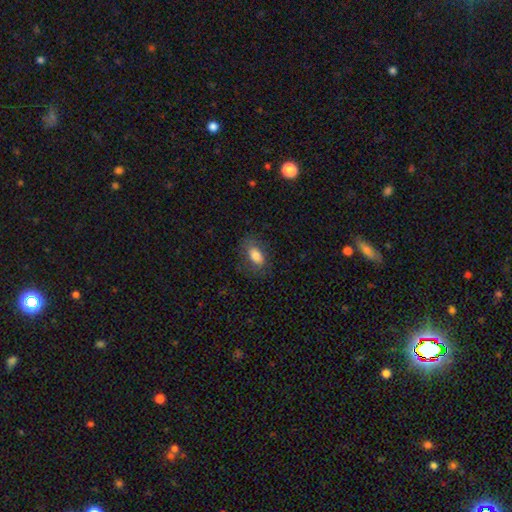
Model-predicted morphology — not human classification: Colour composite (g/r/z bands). It shows a smooth galaxy with no disk features (78%) that is in between round and cigar-shaped (88%). Merging: none (74%).